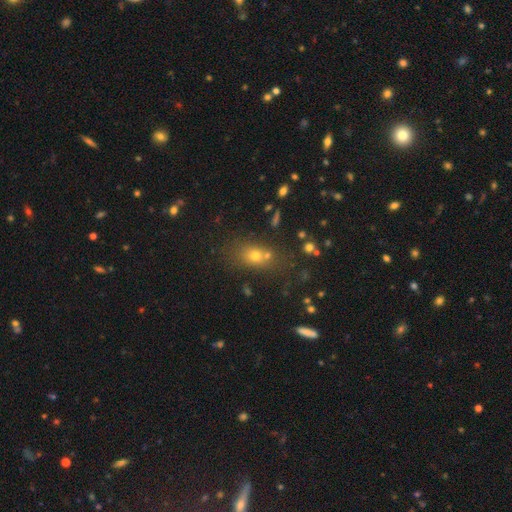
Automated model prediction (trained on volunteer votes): This is likely a smooth galaxy (64%). How rounded: possibly in between (52%). Merging: possibly none (58%).